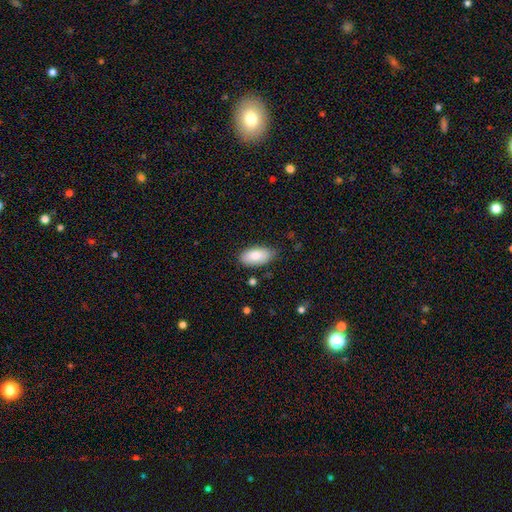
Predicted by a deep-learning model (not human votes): Overall: smooth (83%). How rounded: in between (93%). Merging: none (80%).